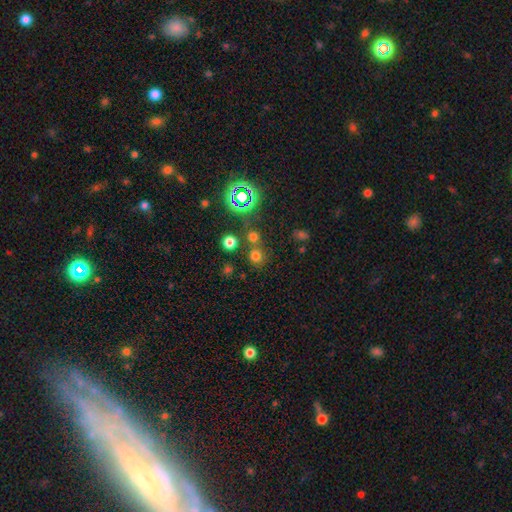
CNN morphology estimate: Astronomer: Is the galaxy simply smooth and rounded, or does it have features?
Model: smooth — 65%.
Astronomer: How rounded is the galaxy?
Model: round — 90%.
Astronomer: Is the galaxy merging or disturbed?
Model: none — 68%.